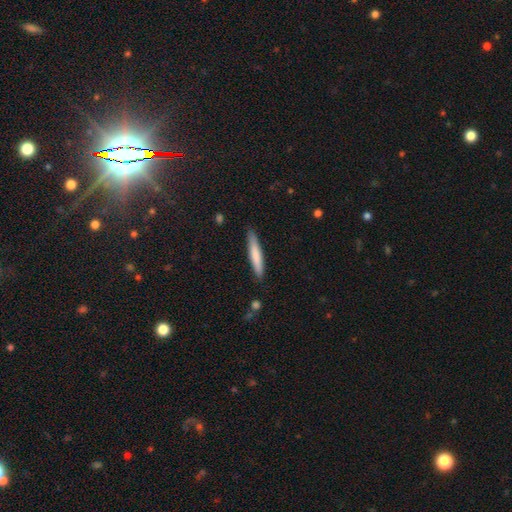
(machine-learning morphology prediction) Overall: smooth (74%). How rounded: cigar-shaped (93%). Merging: none (87%).